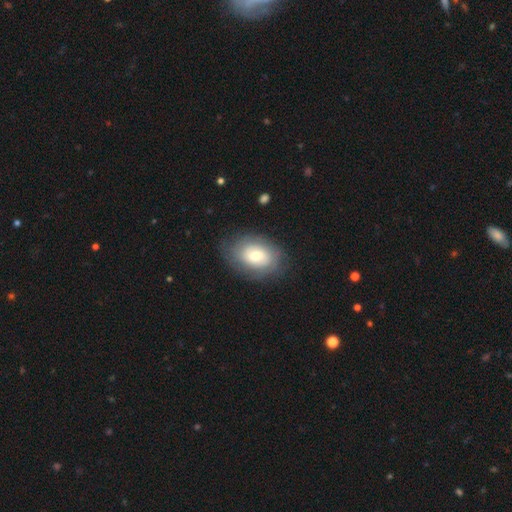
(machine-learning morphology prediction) This is possibly a smooth galaxy (48%). Merging: likely none (77%).